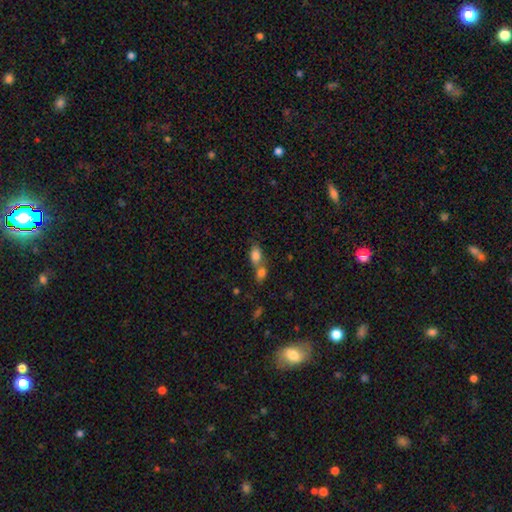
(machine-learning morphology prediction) This is clearly a smooth galaxy (81%). How rounded: clearly in between (83%). Merging: possibly merger (59%).